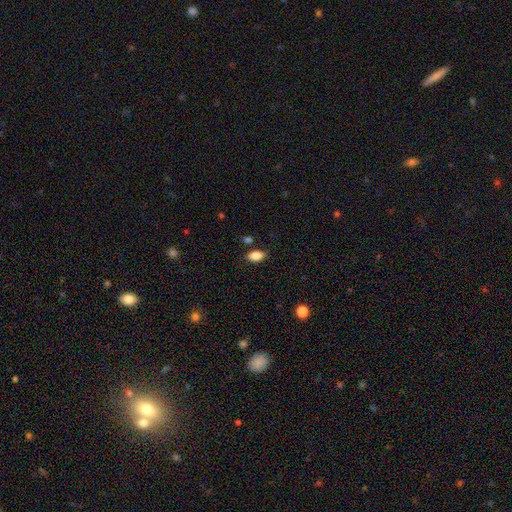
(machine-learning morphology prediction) Q: Smooth or featured?
A: smooth (84%); runner-up: star or artifact (8%)
Q: How rounded?
A: in between (91%); runner-up: round (5%)
Q: Merging?
A: none (83%); runner-up: minor disturbance (11%)